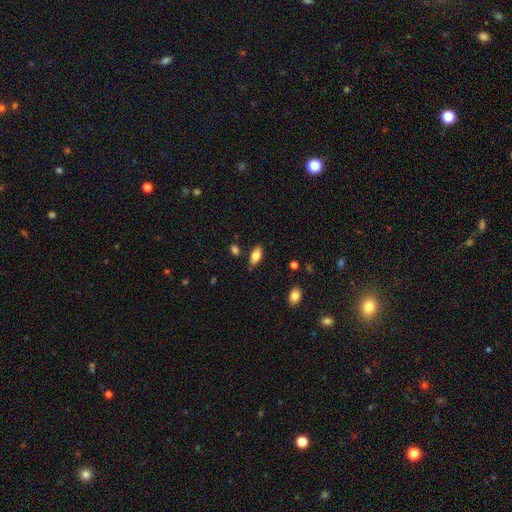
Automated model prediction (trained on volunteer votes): Q: Smooth or featured?
A: smooth (78%); runner-up: featured or disk (15%)
Q: How rounded?
A: in between (90%); runner-up: cigar-shaped (7%)
Q: Merging?
A: none (80%); runner-up: minor disturbance (14%)